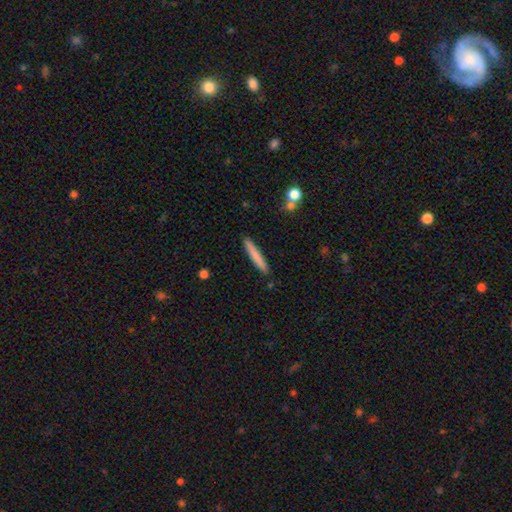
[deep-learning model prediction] smooth-or-featured: smooth: 76% | featured or disk: 18% | star or artifact: 6%
  how-rounded: cigar-shaped: 95% | in between: 4% | round: 1%
  merging: none: 90% | minor disturbance: 7% | merger: 2% | major disturbance: 2%